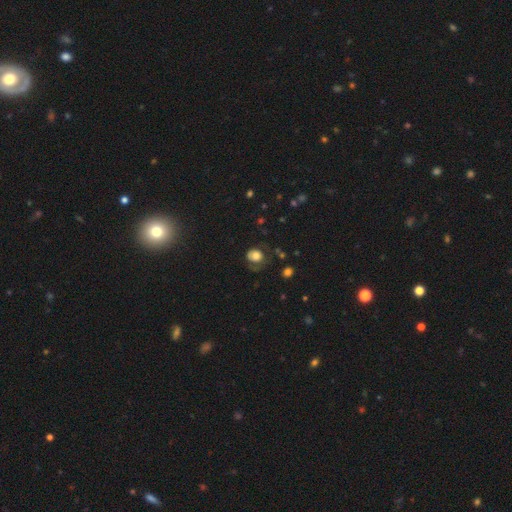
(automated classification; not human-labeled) This is likely a smooth galaxy (70%). How rounded: likely round (71%). Merging: possibly none (53%).